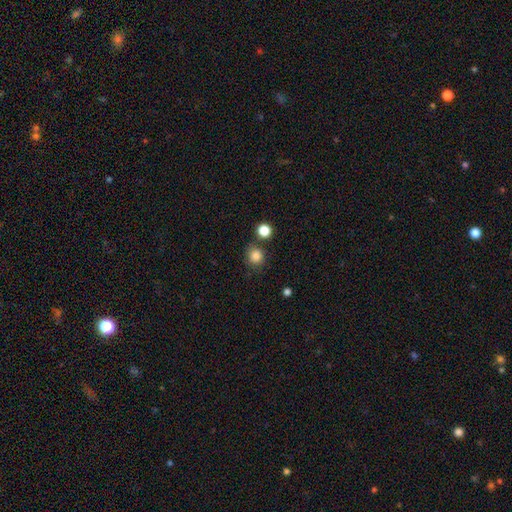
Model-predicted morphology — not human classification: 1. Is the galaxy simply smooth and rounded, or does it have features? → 85% smooth, 11% star or artifact, 4% featured or disk.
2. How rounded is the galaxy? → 88% round, 11% in between, 1% cigar-shaped.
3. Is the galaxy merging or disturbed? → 76% none, 11% minor disturbance, 9% merger, 4% major disturbance.